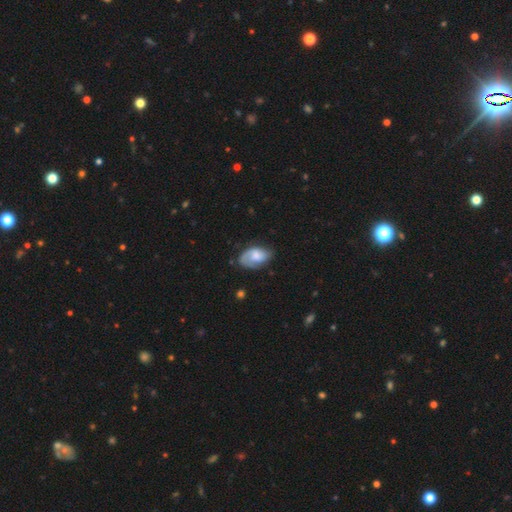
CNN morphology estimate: This appears to be a featured or disk galaxy (52%) with no bar (65%), spiral arms (85%) and a moderate central bulge (38%). Merging: none (58%).